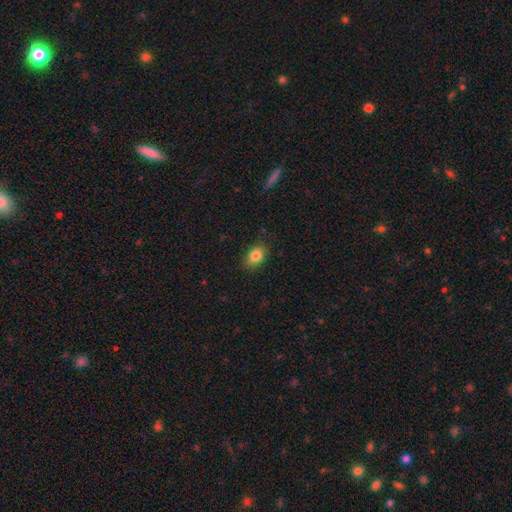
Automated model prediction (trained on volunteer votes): The model was most divided on "how rounded": in between: 80%, round: 19%, cigar-shaped: 1%. More confident: merging — none (85%); smooth or featured — smooth (85%).